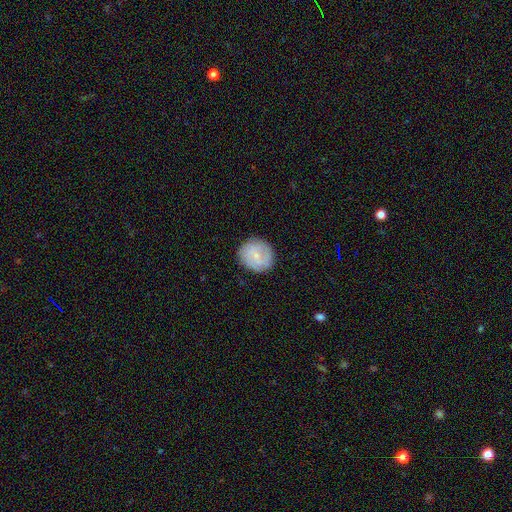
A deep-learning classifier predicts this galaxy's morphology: type=smooth (57%); roundness=round (87%); merging=none (84%).